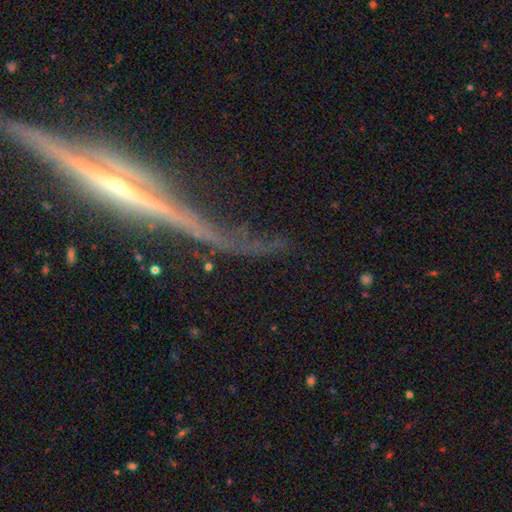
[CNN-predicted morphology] type=featured or disk (70%); edge-on=yes (78%); edge-on bulge=rounded (57%); merging=none (52%).